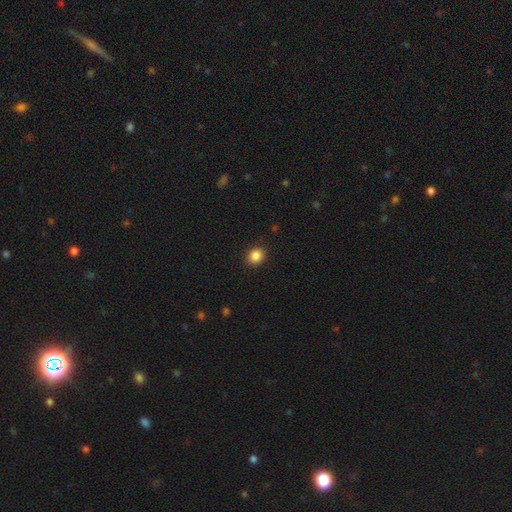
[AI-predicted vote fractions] Smooth or featured? Predicted: smooth (p=0.87). How rounded? Predicted: round (p=0.70). Merging? Predicted: none (p=0.89).